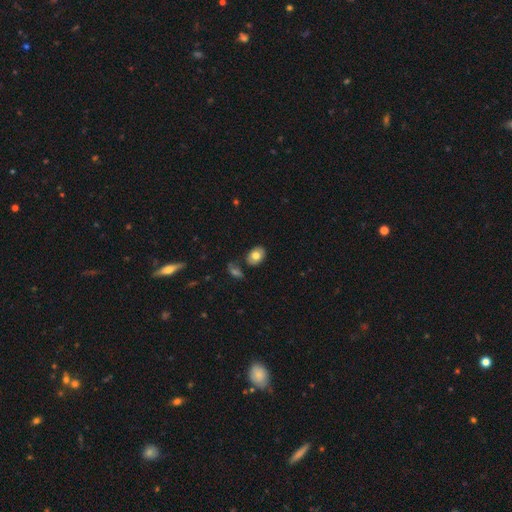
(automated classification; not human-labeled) This is likely a smooth galaxy (76%). How rounded: likely in between (78%). Merging: likely none (79%).